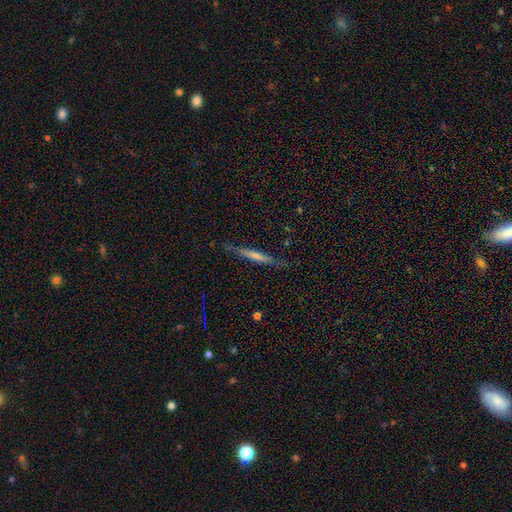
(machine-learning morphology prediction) Smooth or featured: featured or disk — 47% (smooth — 46%)
Merging: none — 75% (minor disturbance — 18%)